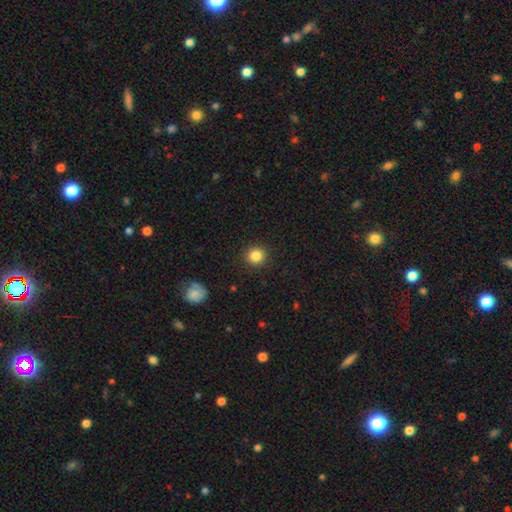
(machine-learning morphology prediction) smooth 85%, star or artifact 11%, featured or disk 5%. Down the decision tree: how rounded — round (93%); merging — none (91%).